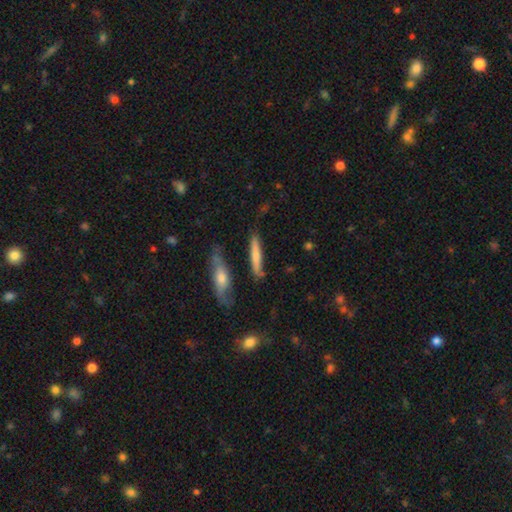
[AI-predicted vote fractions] The model was most divided on "smooth or featured": smooth: 62%, featured or disk: 31%, star or artifact: 7%. More confident: how rounded — cigar-shaped (90%); merging — none (75%).